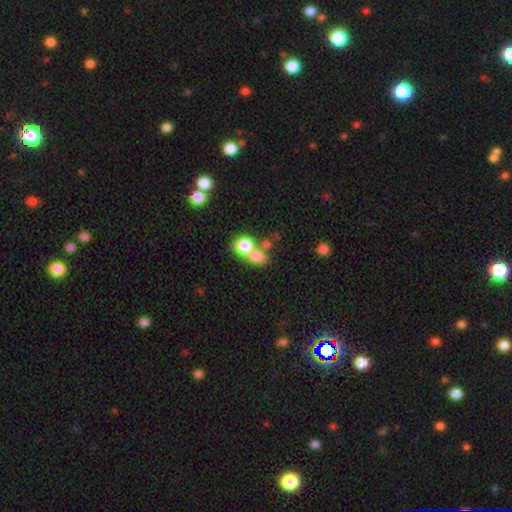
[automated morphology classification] A smooth galaxy with no disk features (75%) that is in between round and cigar-shaped (49%, tied with round). Merging: merger (63%).